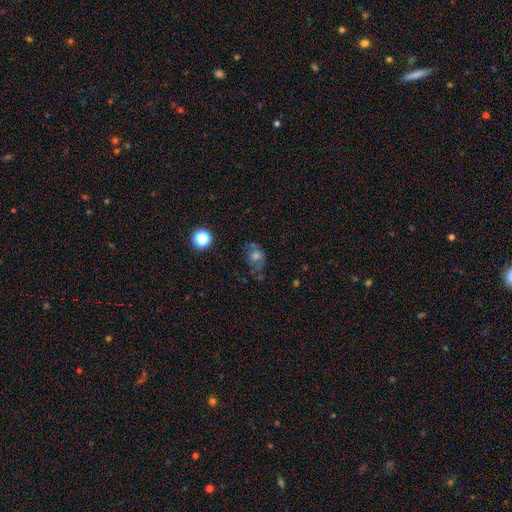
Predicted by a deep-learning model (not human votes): Smooth or featured: smooth — 49% (featured or disk — 29%)
Merging: none — 53% (minor disturbance — 26%)